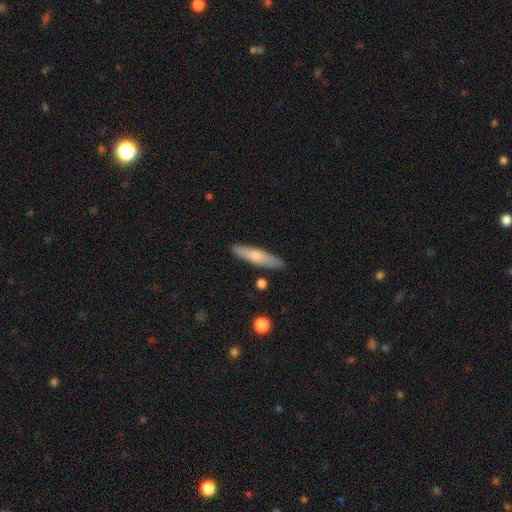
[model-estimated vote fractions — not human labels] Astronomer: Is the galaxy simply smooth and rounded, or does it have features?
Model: smooth — 63%.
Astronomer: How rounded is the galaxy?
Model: cigar-shaped — 78%.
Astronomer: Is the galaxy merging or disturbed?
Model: none — 86%.